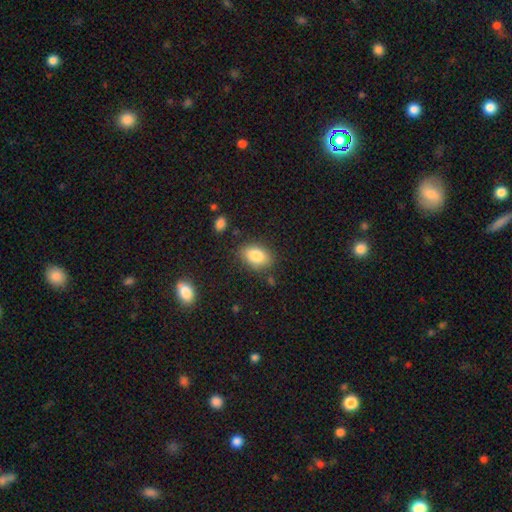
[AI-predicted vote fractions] This is clearly a smooth galaxy (84%). How rounded: clearly in between (86%). Merging: clearly none (82%).